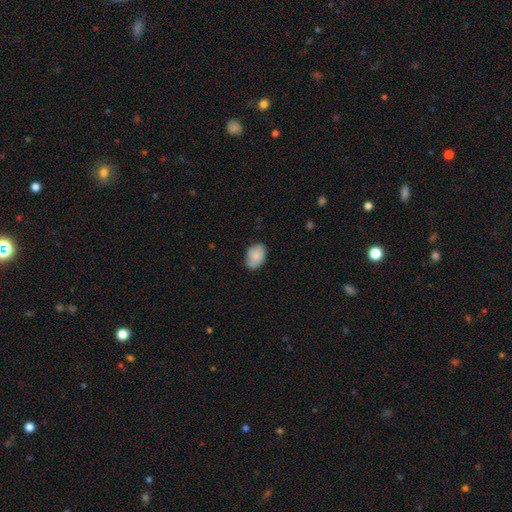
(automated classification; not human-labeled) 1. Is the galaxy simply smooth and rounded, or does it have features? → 81% smooth, 12% featured or disk, 7% star or artifact.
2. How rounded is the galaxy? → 81% in between, 18% round, 1% cigar-shaped.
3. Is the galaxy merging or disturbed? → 64% none, 28% minor disturbance, 5% major disturbance, 3% merger.